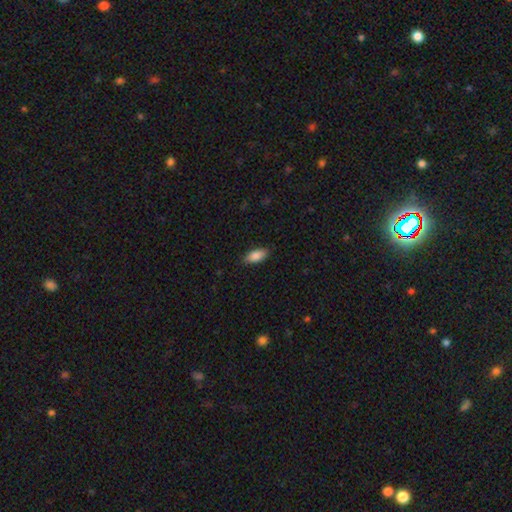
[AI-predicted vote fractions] Overall: smooth (87%). How rounded: in between (88%). Merging: none (86%).